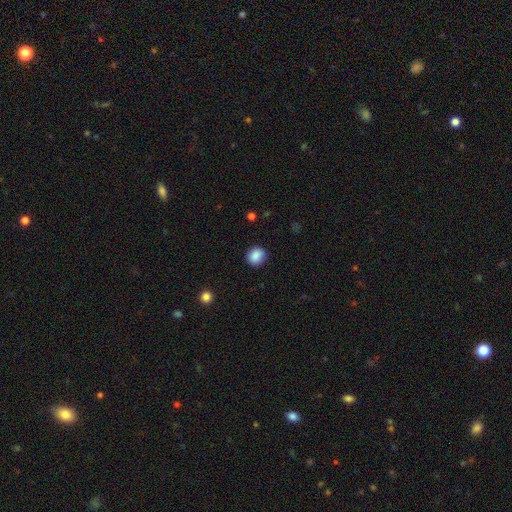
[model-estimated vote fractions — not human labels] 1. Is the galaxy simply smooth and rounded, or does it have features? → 88% smooth, 8% star or artifact, 4% featured or disk.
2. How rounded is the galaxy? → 81% round, 18% in between, 1% cigar-shaped.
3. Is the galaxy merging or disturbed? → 90% none, 7% minor disturbance, 2% major disturbance, 1% merger.